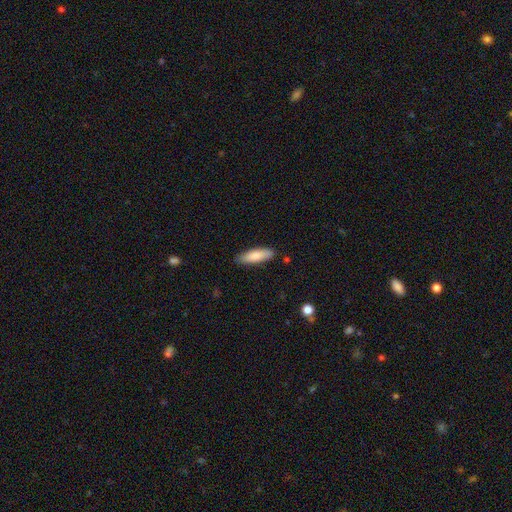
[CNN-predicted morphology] smooth 83%, featured or disk 12%, star or artifact 6%. Down the decision tree: how rounded — cigar-shaped (54%); merging — none (85%).